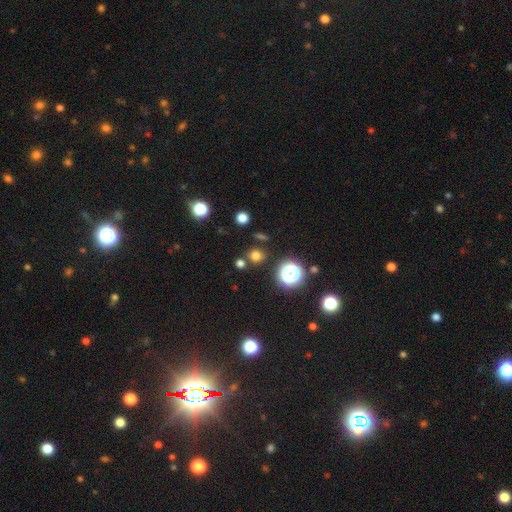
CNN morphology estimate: Overall: smooth (70%). How rounded: round (85%). Merging: none (80%).